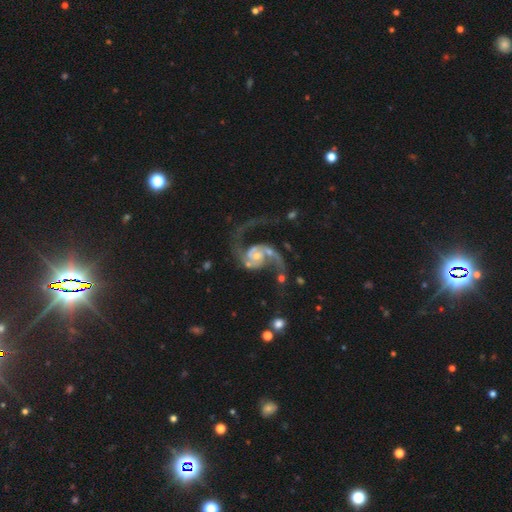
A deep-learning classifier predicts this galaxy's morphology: This appears to be a featured or disk galaxy (92%) with no bar (62%), 2 (93%) loose (59%) spiral arms (98%) and a small central bulge (48%). Merging: none (53%).